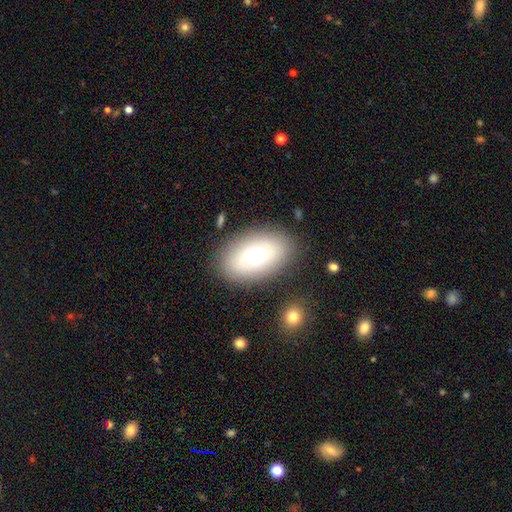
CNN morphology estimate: Smooth or featured: smooth — 61% (featured or disk — 29%)
How rounded: in between — 87% (round — 12%)
Merging: none — 82% (minor disturbance — 11%)